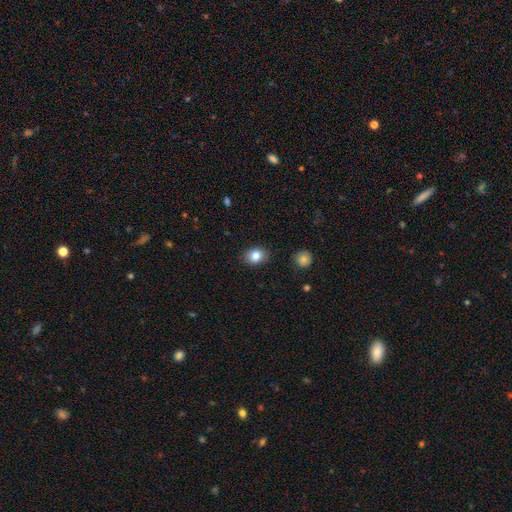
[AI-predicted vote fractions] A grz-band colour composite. It shows a smooth galaxy with no disk features (83%) that is in between round and cigar-shaped (51%). Merging: none (87%).